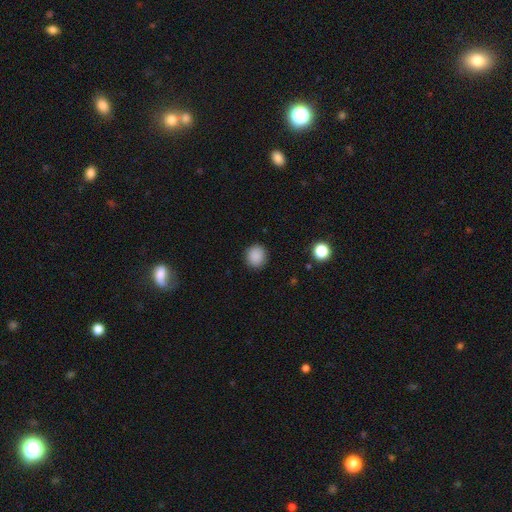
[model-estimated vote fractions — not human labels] smooth 88%, star or artifact 9%, featured or disk 3%. Down the decision tree: how rounded — round (85%); merging — none (90%).